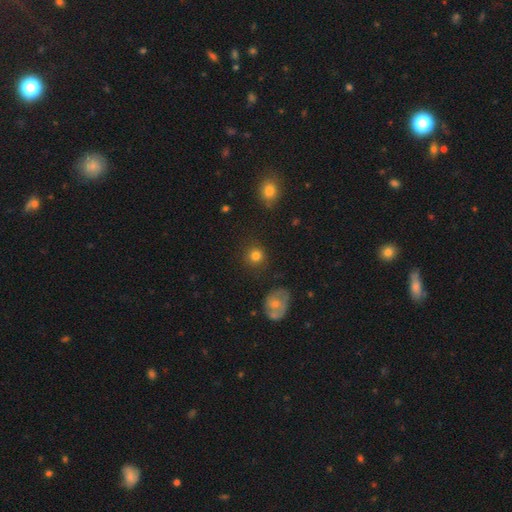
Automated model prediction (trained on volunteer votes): smooth-or-featured: smooth: 81% | star or artifact: 12% | featured or disk: 7%
  how-rounded: round: 90% | in between: 9% | cigar-shaped: 1%
  merging: none: 85% | minor disturbance: 9% | major disturbance: 3% | merger: 3%